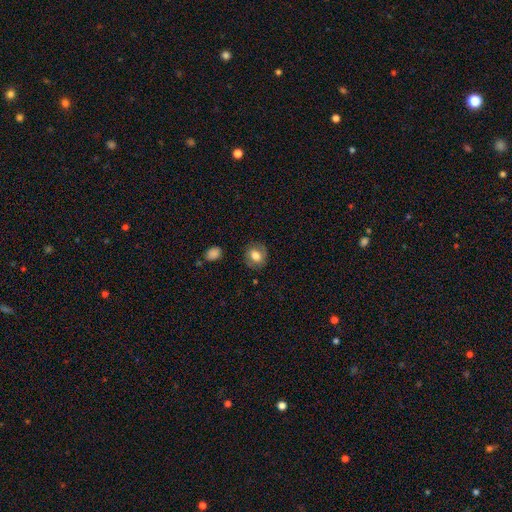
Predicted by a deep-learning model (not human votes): Q: Smooth or featured?
A: smooth (70%); runner-up: featured or disk (21%)
Q: How rounded?
A: round (66%); runner-up: in between (33%)
Q: Merging?
A: none (79%); runner-up: minor disturbance (14%)